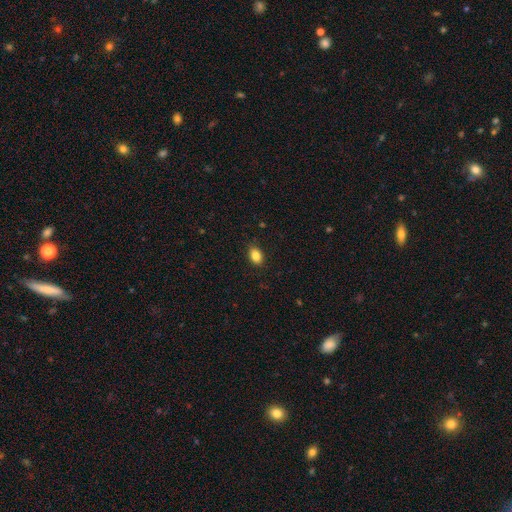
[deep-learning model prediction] Smooth or featured? Predicted: smooth (p=0.85). How rounded? Predicted: in between (p=0.80). Merging? Predicted: none (p=0.88).